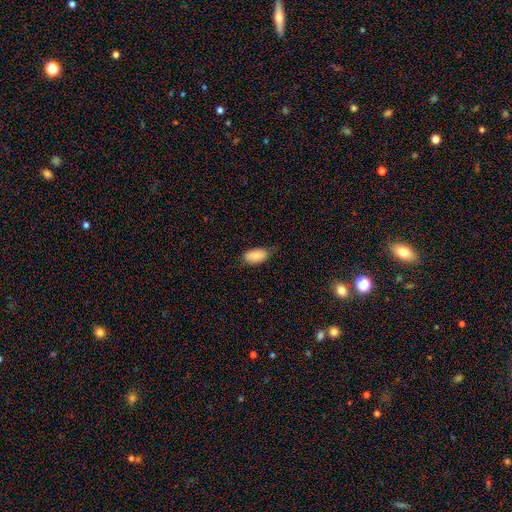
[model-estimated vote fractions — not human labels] Smooth or featured? smooth (85%)
How rounded? in between (93%)
Merging? none (70%)